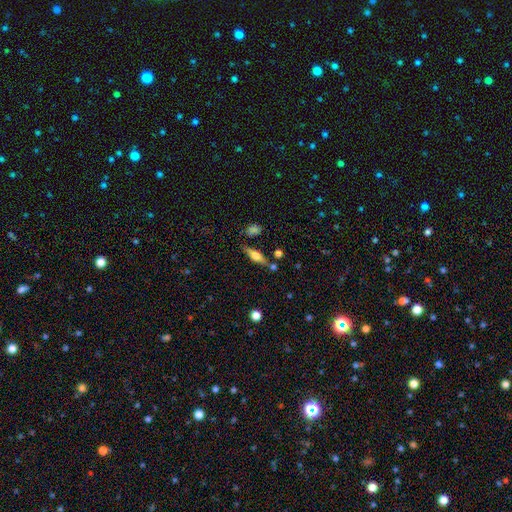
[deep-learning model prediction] This appears to be a featured or disk galaxy (55%) viewed edge-on (93%) with a rounded central bulge (90%). Merging: none (75%).